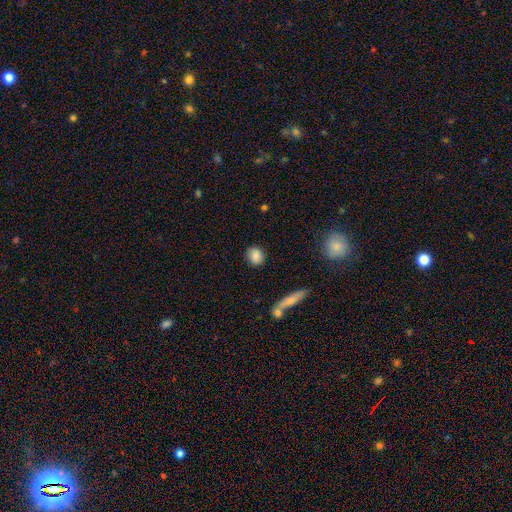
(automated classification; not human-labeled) A smooth galaxy with no disk features (86%) that is round (69%). Merging: none (86%).